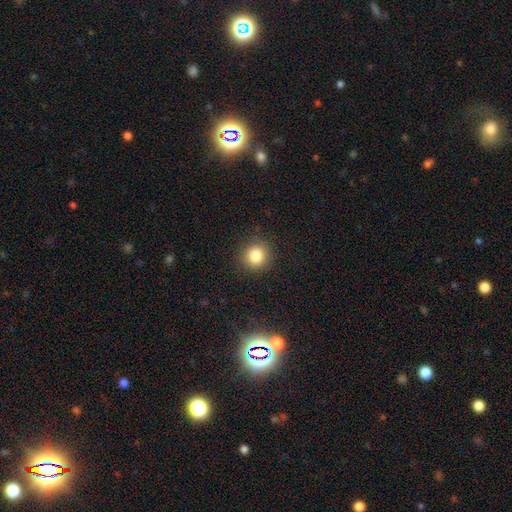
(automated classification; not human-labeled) This appears to be a smooth galaxy with no disk features (83%) that is round (90%). Merging: none (90%).